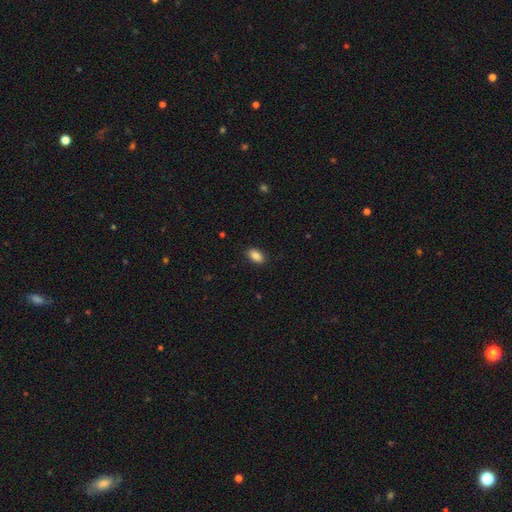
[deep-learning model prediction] Q: Smooth or featured?
A: smooth (87%); runner-up: star or artifact (8%)
Q: How rounded?
A: in between (90%); runner-up: round (8%)
Q: Merging?
A: none (88%); runner-up: minor disturbance (9%)